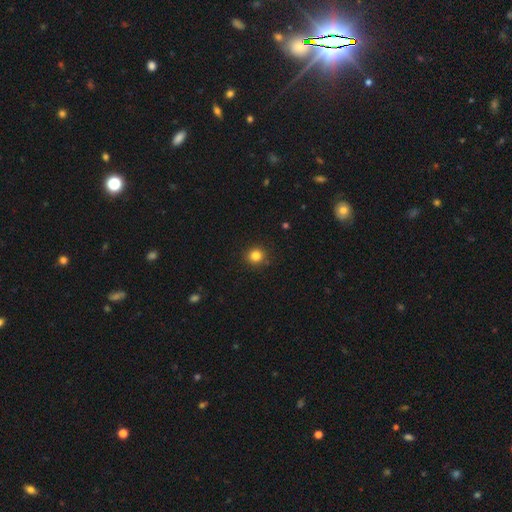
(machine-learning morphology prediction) A smooth galaxy with no disk features (83%) that is round (92%). Merging: none (91%).